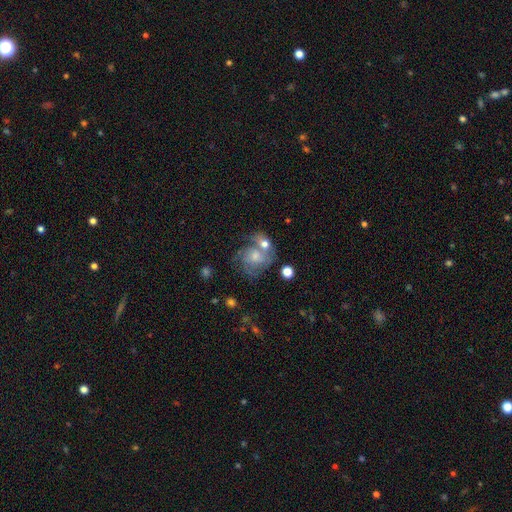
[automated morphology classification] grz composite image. It shows a featured or disk galaxy (59%) with no bar (71%), spiral arms (82%) and a moderate central bulge (48%). Merging: none (42%).